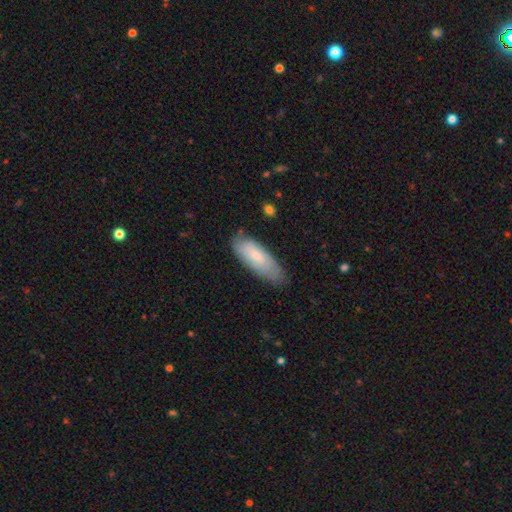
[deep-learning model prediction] Smooth or featured? Predicted: smooth (p=0.75). How rounded? Predicted: in between (p=0.67). Merging? Predicted: none (p=0.69).